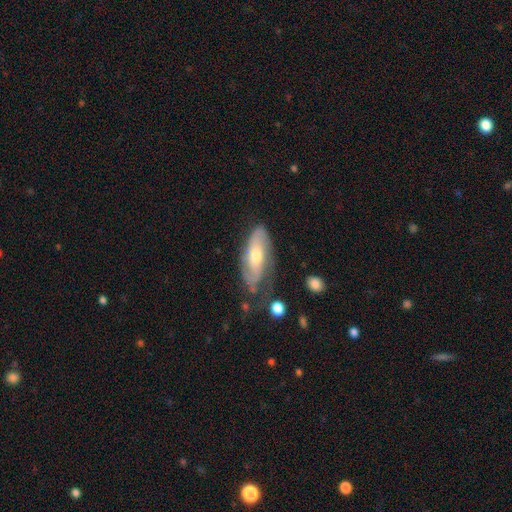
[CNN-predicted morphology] Smooth or featured: featured or disk — 69% (smooth — 25%)
Edge-on disk: no — 86% (yes — 14%)
Bar: no — 56% (weak — 32%)
Spiral arms: yes — 86% (no — 14%)
Spiral winding: medium — 39% (tight — 37%)
Spiral arm count: 2 — 66% (can't tell — 22%)
Bulge size: moderate — 66% (small — 26%)
Merging: none — 61% (minor disturbance — 25%)